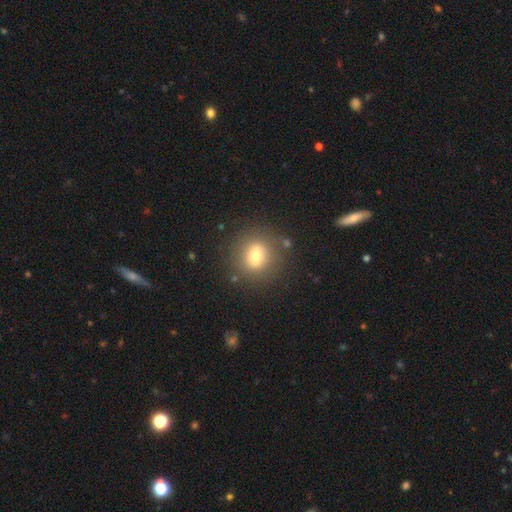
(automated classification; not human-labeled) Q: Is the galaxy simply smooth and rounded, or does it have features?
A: smooth — 67%.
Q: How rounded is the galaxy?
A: round — 80%.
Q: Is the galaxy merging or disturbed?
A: none — 83%.